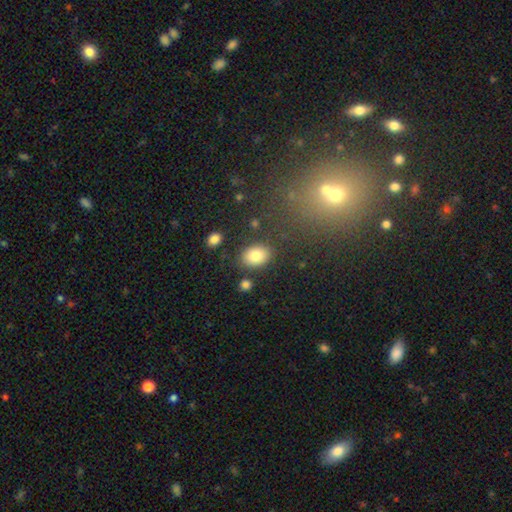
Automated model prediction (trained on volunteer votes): This appears to be a smooth galaxy with no disk features (83%) that is in between round and cigar-shaped (74%). Merging: none (82%).